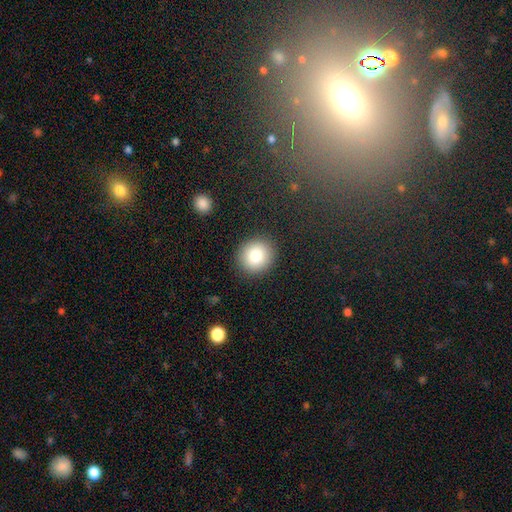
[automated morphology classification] Overall: smooth (84%). How rounded: round (88%). Merging: none (90%).